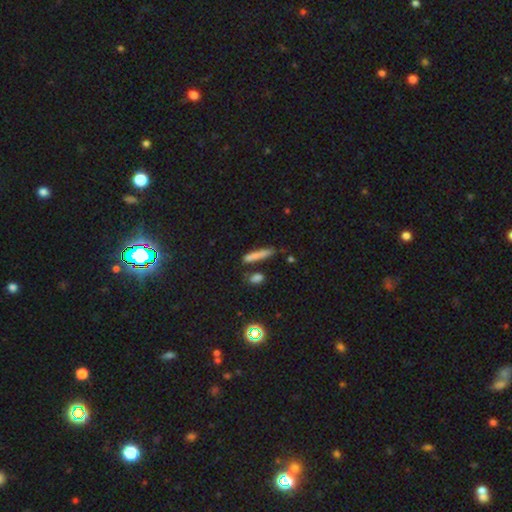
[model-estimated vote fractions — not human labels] A smooth galaxy with no disk features (76%) that is cigar-shaped (88%).

Vote fractions:
- Smooth or featured? smooth: 76% / featured or disk: 14% / star or artifact: 10%
- How rounded? cigar-shaped: 88% / in between: 9% / round: 3%
- Merging? none: 72% / minor disturbance: 15% / merger: 9% / major disturbance: 4%